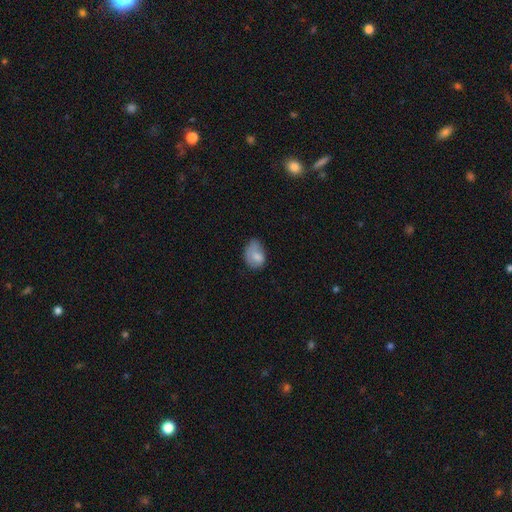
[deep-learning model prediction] Q: Smooth or featured?
A: smooth (75%); runner-up: featured or disk (17%)
Q: How rounded?
A: in between (75%); runner-up: round (24%)
Q: Merging?
A: minor disturbance (40%); runner-up: none (35%)